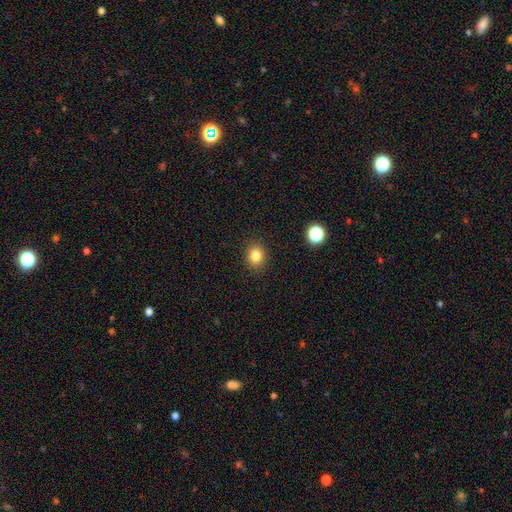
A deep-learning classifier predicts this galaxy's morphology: Smooth or featured?
  - smooth: 83% *
  - star or artifact: 12%
  - featured or disk: 5%
How rounded?
  - round: 65% *
  - in between: 34%
  - cigar-shaped: 1%
Merging?
  - none: 90% *
  - minor disturbance: 7%
  - major disturbance: 2%
  - merger: 1%